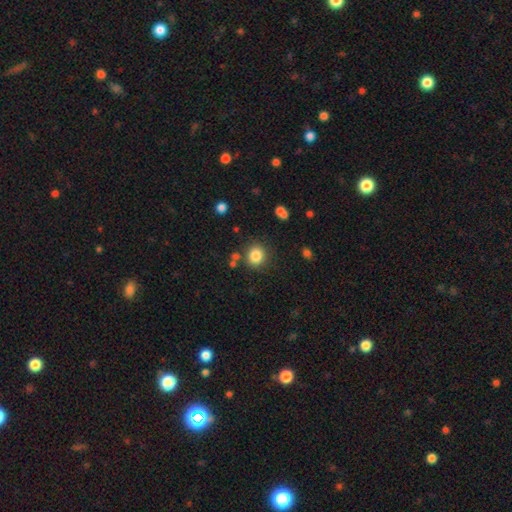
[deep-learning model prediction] Smooth or featured?
  - smooth: 84% *
  - star or artifact: 11%
  - featured or disk: 6%
How rounded?
  - round: 85% *
  - in between: 14%
  - cigar-shaped: 1%
Merging?
  - none: 82% *
  - minor disturbance: 9%
  - merger: 5%
  - major disturbance: 4%